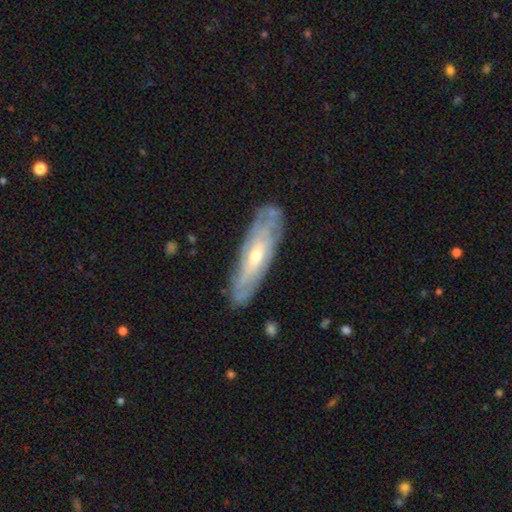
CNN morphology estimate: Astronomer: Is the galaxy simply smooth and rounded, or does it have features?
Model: featured or disk — 75%.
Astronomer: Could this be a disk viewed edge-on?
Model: no — 71%.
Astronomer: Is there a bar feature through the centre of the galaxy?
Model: no — 64%.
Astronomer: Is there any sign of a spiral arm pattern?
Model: yes — 76%.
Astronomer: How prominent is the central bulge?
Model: moderate — 51% (runner-up: small, 45%).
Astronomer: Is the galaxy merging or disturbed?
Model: none — 82%.